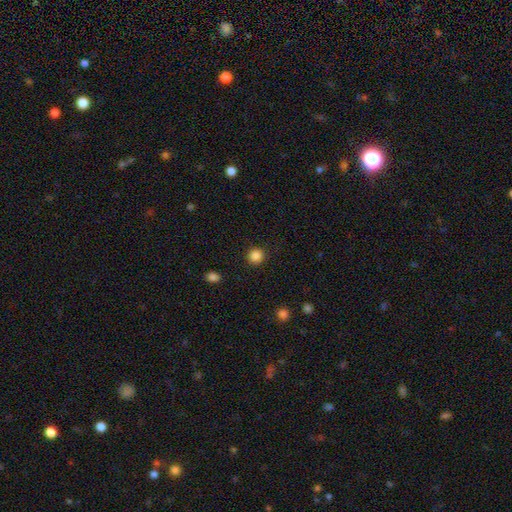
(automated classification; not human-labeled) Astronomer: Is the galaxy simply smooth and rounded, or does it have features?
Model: smooth — 86%.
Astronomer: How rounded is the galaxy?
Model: round — 93%.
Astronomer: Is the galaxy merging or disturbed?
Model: none — 91%.